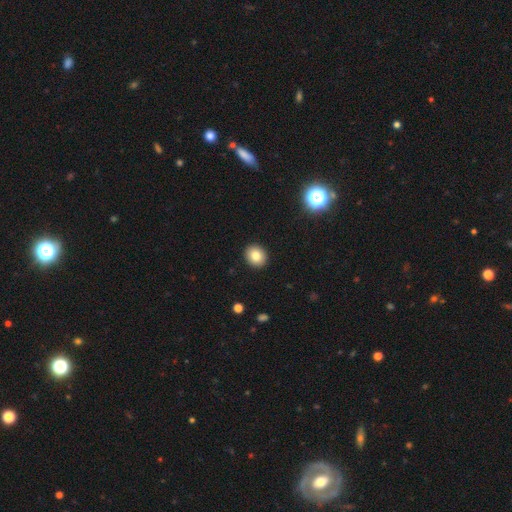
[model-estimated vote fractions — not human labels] A smooth galaxy with no disk features (82%) that is round (67%).

Vote fractions:
- Smooth or featured? smooth: 82% / star or artifact: 10% / featured or disk: 8%
- How rounded? round: 67% / in between: 32% / cigar-shaped: 1%
- Merging? none: 92% / minor disturbance: 6% / major disturbance: 2% / merger: 1%